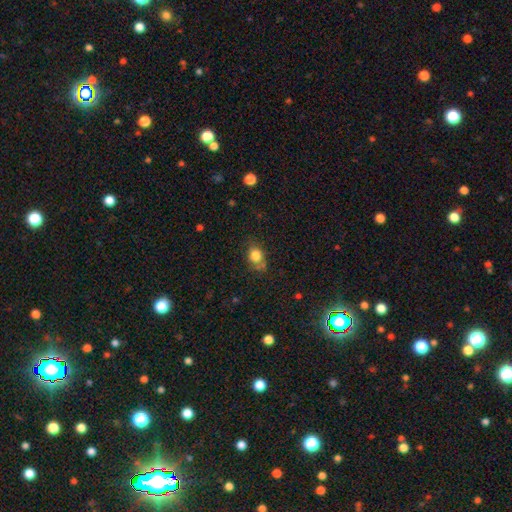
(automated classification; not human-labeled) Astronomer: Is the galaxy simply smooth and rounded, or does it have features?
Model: smooth — 79%.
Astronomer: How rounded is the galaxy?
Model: in between — 57% (runner-up: round, 41%).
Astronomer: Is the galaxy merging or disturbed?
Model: none — 61%.